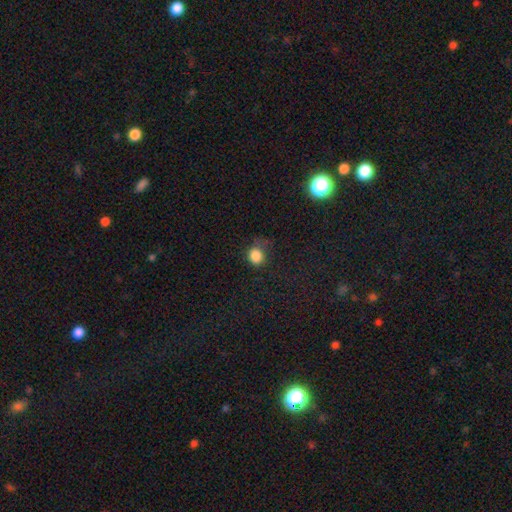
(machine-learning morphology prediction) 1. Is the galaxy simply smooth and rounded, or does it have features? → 83% smooth, 12% star or artifact, 5% featured or disk.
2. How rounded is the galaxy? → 73% round, 26% in between, 1% cigar-shaped.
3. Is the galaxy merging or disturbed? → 58% none, 26% minor disturbance, 14% major disturbance, 2% merger.